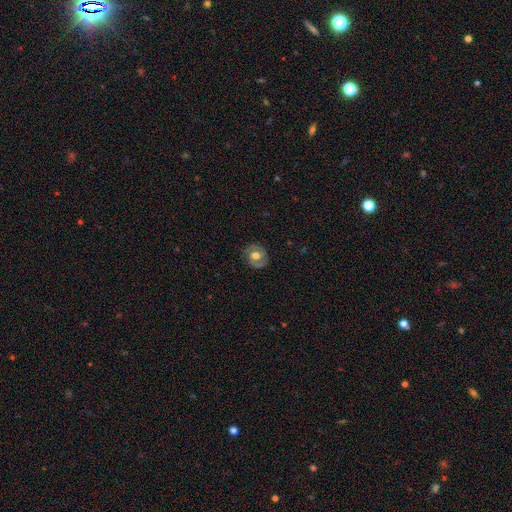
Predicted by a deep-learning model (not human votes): Smooth or featured? featured or disk (62%)
Edge-on disk? no (96%)
Bar? no (62%)
Spiral arms? yes (65%)
Bulge size? moderate (61%)
Merging? none (83%)